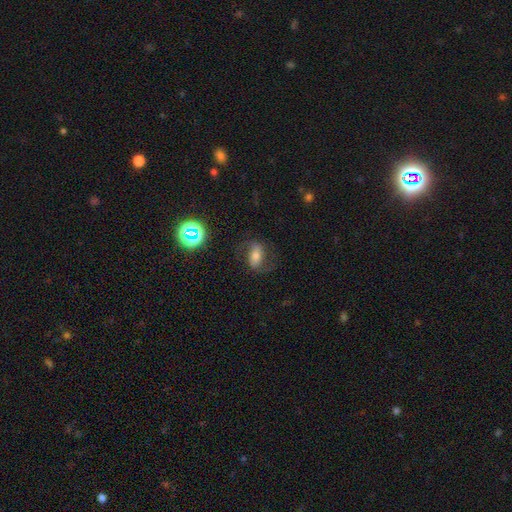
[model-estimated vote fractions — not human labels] Overall: featured or disk (49%; smooth 36%). Merging: none (71%).